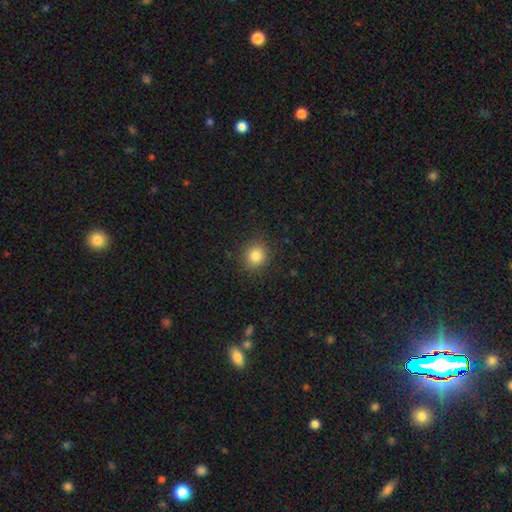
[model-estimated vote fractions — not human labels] Morphology: type=smooth (84%); roundness=round (86%); merging=none (89%).